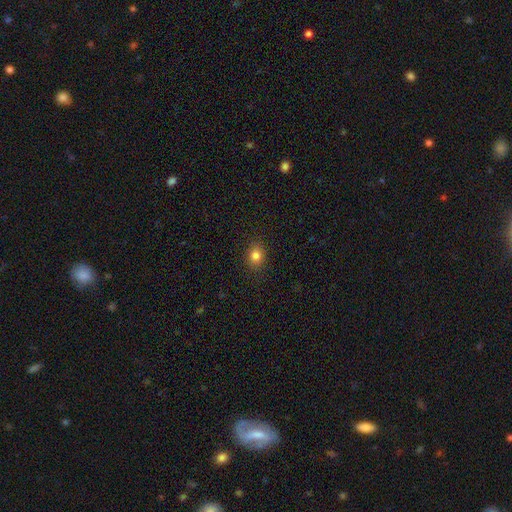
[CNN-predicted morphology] This appears to be a smooth galaxy with no disk features (82%) that is round (58%). Merging: none (88%).